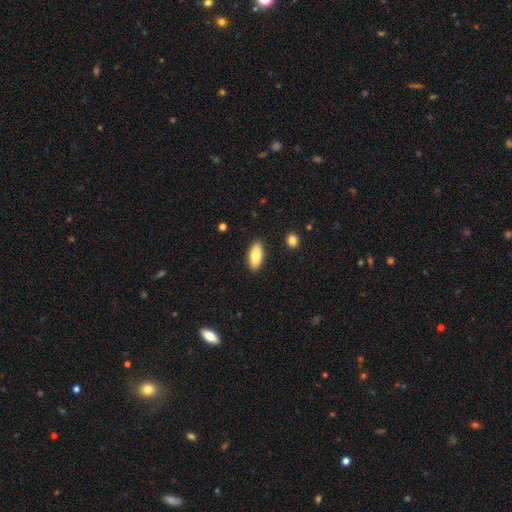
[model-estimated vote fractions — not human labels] smooth-or-featured: smooth: 80% | featured or disk: 14% | star or artifact: 6%
  how-rounded: in between: 86% | cigar-shaped: 12% | round: 2%
  merging: none: 89% | minor disturbance: 8% | major disturbance: 2% | merger: 1%